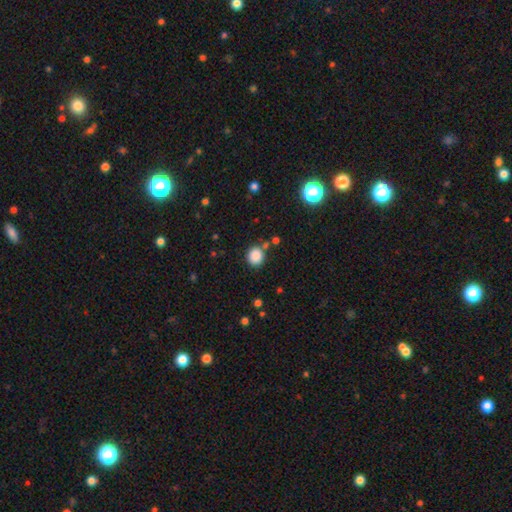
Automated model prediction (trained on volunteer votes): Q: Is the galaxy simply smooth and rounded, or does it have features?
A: smooth — 87%.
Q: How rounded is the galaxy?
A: round — 81%.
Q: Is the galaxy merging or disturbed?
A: none — 79%.